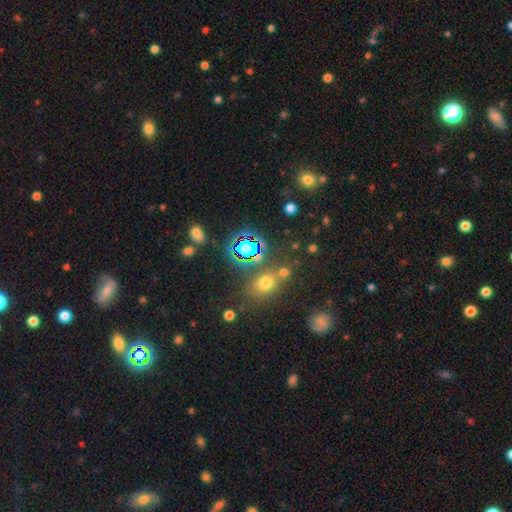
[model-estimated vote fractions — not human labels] Smooth or featured: star or artifact — 55% (smooth — 34%)